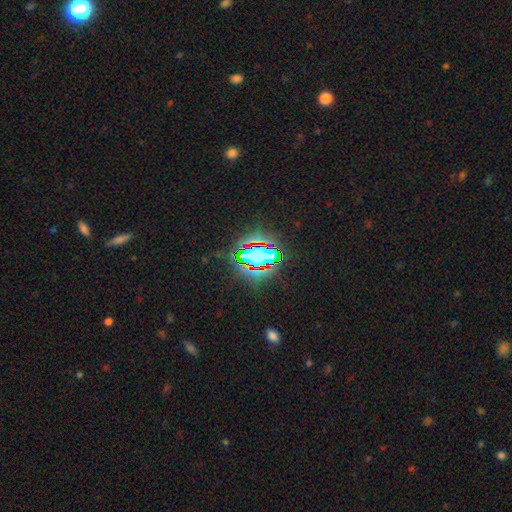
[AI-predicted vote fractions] Smooth or featured?
  - star or artifact: 66% *
  - smooth: 20%
  - featured or disk: 14%